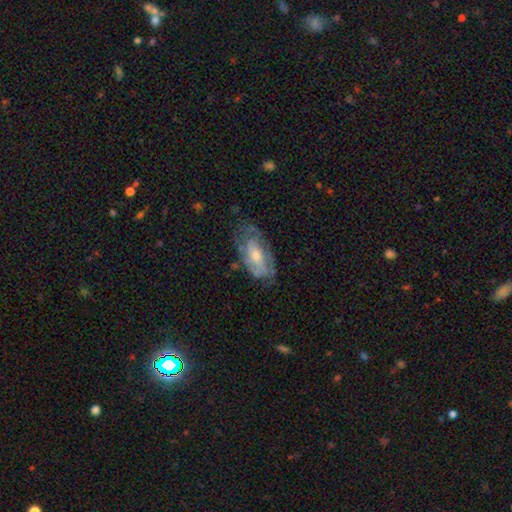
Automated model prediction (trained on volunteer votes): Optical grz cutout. It shows a featured or disk galaxy (66%) with no bar (64%), spiral arms (68%) and a moderate central bulge (48%). Merging: none (57%).